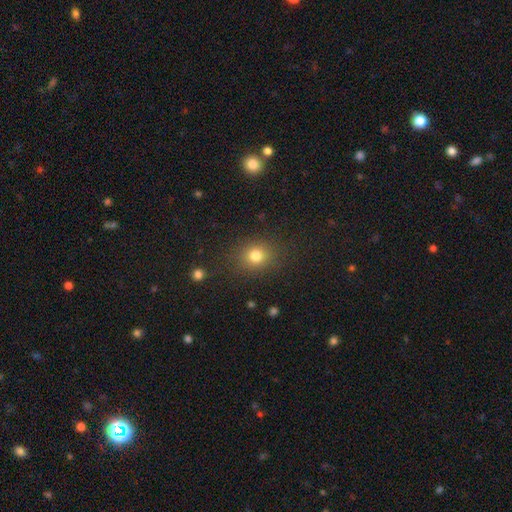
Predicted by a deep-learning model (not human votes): The model was most divided on "how rounded": round: 75%, in between: 24%, cigar-shaped: 1%. More confident: merging — none (86%); smooth or featured — smooth (79%).